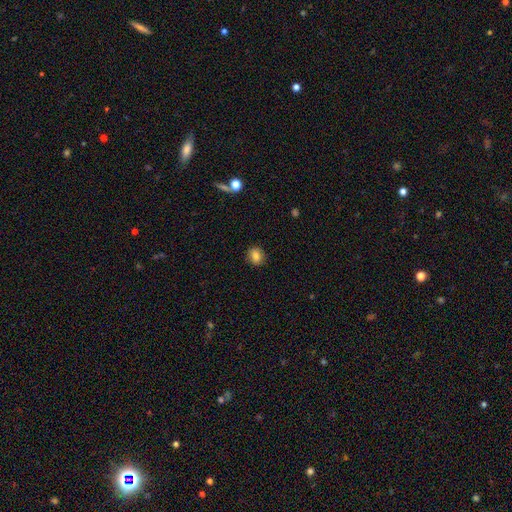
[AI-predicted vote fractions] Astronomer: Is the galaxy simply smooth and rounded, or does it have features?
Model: smooth — 83%.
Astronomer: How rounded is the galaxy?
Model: round — 69%.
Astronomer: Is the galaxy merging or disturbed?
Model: none — 89%.